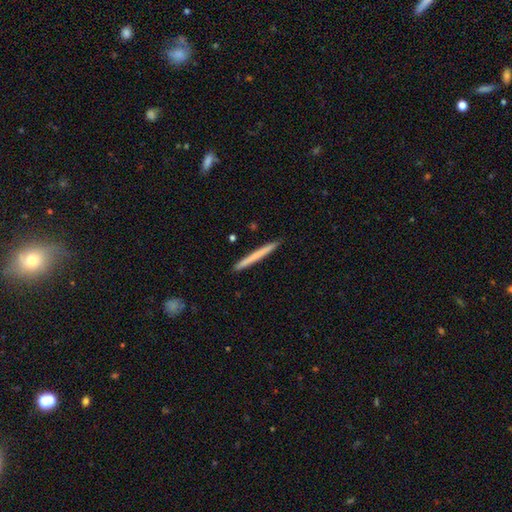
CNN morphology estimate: type=smooth (64%); roundness=cigar-shaped (97%); merging=none (93%).